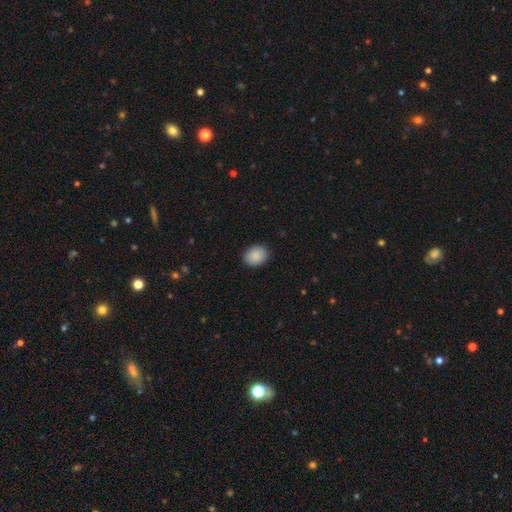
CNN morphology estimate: Overall: smooth (90%). How rounded: in between (66%; round 33%). Merging: none (89%).